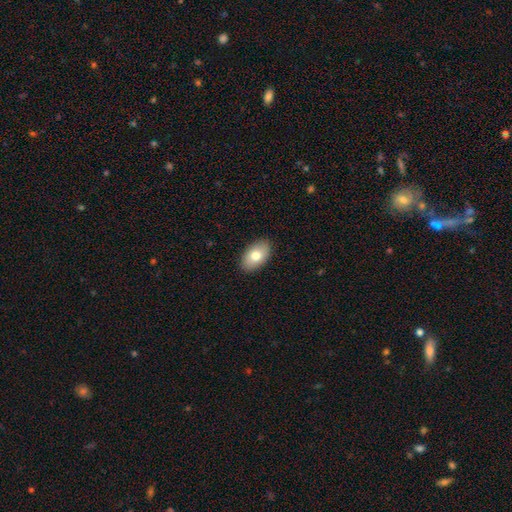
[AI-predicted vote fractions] This is likely a smooth galaxy (77%). How rounded: clearly in between (93%). Merging: clearly none (89%).